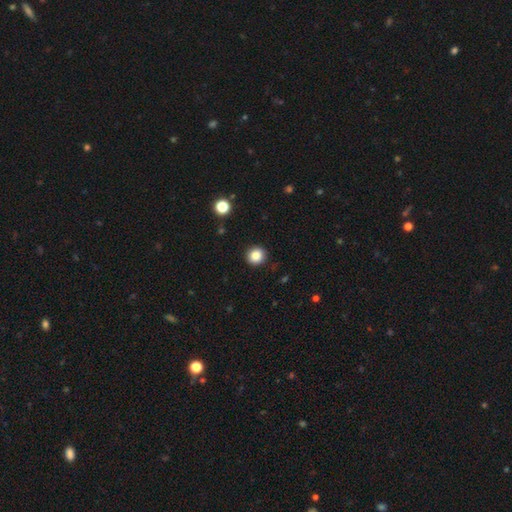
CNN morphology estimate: Overall: smooth (85%). How rounded: round (93%). Merging: none (92%).